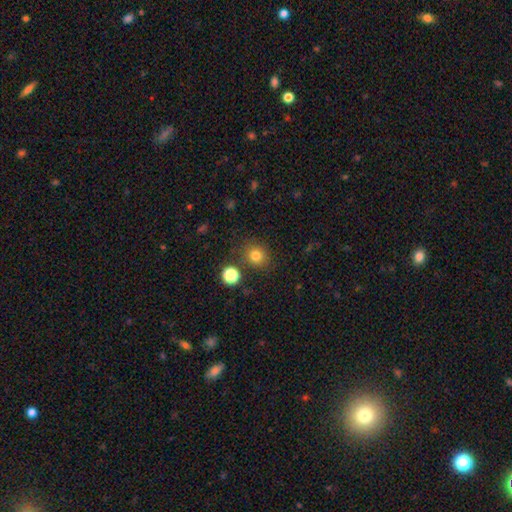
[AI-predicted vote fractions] A smooth galaxy with no disk features (79%) that is round (85%). Merging: none (83%).